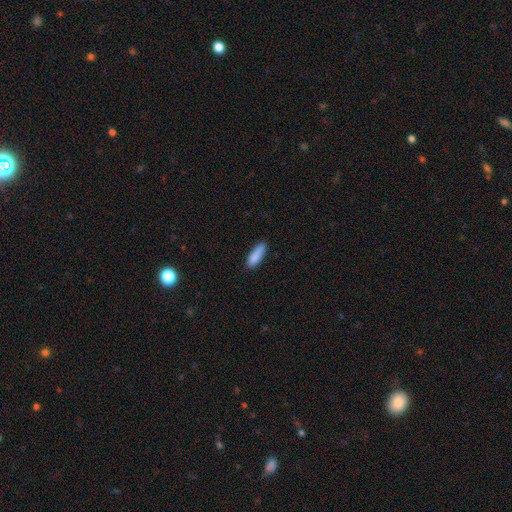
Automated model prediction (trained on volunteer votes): Smooth or featured?
  - smooth: 88% *
  - star or artifact: 6%
  - featured or disk: 6%
How rounded?
  - cigar-shaped: 54% *
  - in between: 45%
  - round: 2%
Merging?
  - none: 81% *
  - minor disturbance: 15%
  - major disturbance: 3%
  - merger: 2%